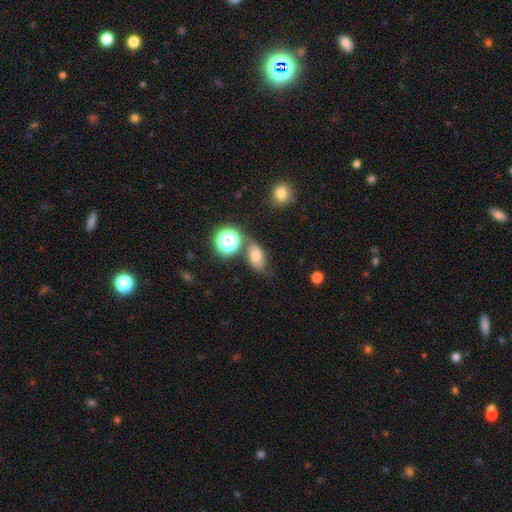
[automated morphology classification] The model was most divided on "merging": none: 66%, minor disturbance: 18%, merger: 10%, major disturbance: 6%. More confident: how rounded — in between (81%); smooth or featured — smooth (68%).